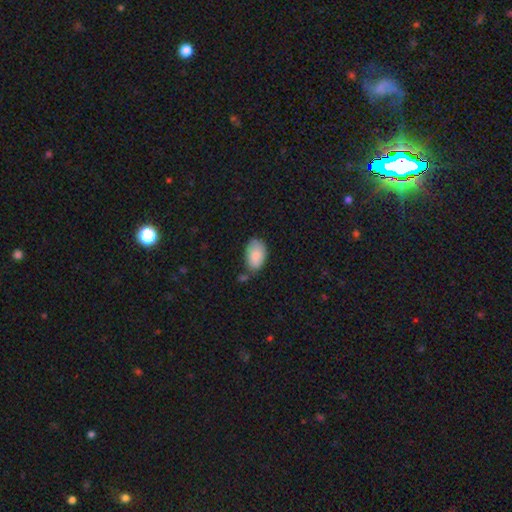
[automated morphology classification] type=smooth (84%); roundness=in between (93%); merging=none (62%).